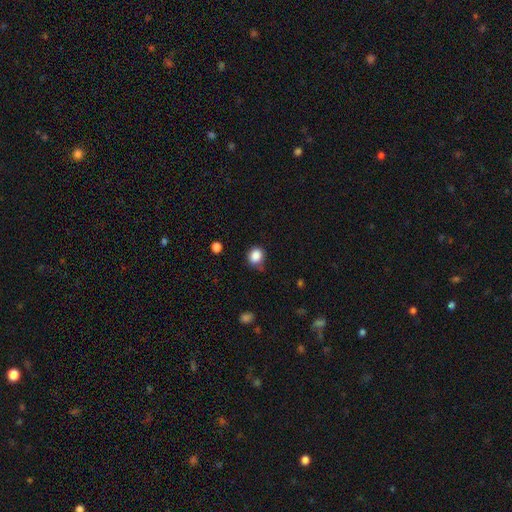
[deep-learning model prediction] Smooth or featured?
  - smooth: 86% *
  - star or artifact: 10%
  - featured or disk: 4%
How rounded?
  - round: 72% *
  - in between: 27%
  - cigar-shaped: 1%
Merging?
  - none: 66% *
  - minor disturbance: 25%
  - major disturbance: 6%
  - merger: 3%